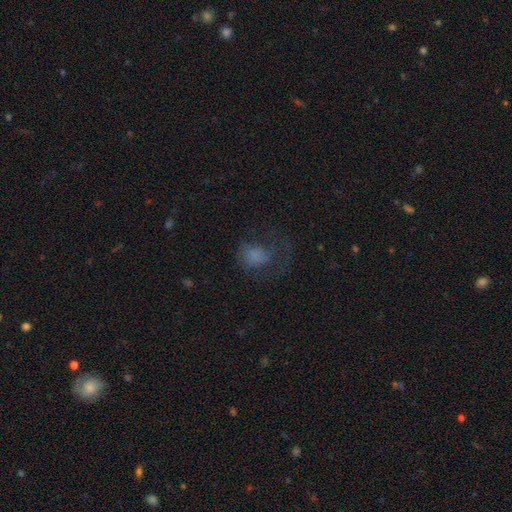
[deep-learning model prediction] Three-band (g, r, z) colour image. It shows a smooth galaxy with no disk features (59%) that is in between round and cigar-shaped (52%). Merging: major disturbance (47%).